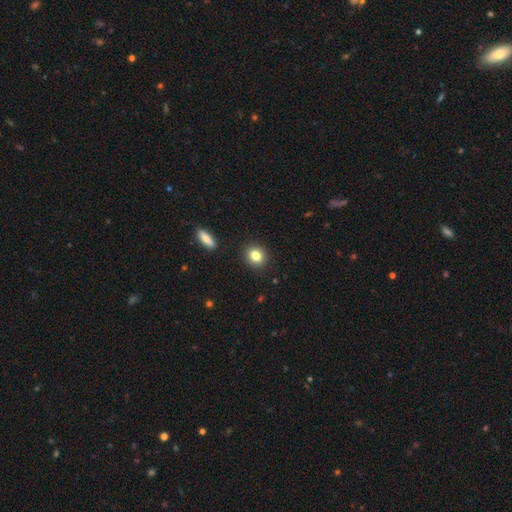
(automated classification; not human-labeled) Morphology: type=smooth (82%); roundness=round (74%); merging=none (90%).